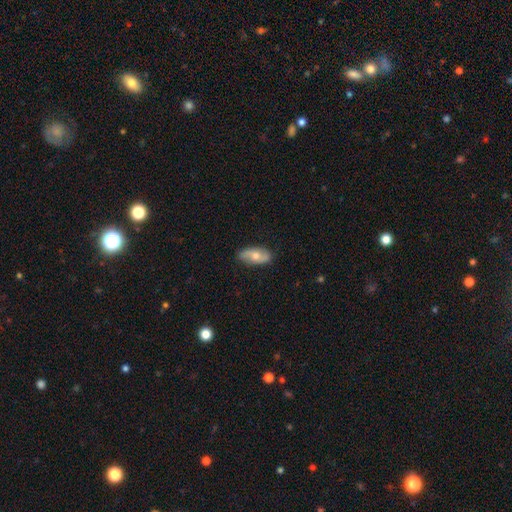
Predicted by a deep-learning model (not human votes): The model was most divided on "smooth or featured": smooth: 51%, featured or disk: 42%, star or artifact: 7%. More confident: how rounded — in between (89%); merging — none (83%).